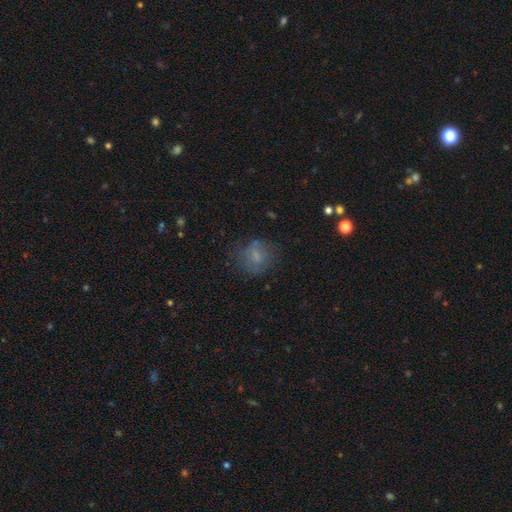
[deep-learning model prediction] Overall: smooth (65%). How rounded: round (72%). Merging: none (64%).